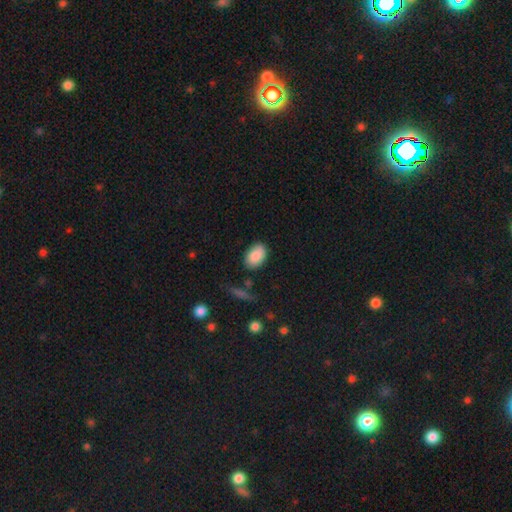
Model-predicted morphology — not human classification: type=smooth (87%); roundness=in between (86%); merging=none (79%).